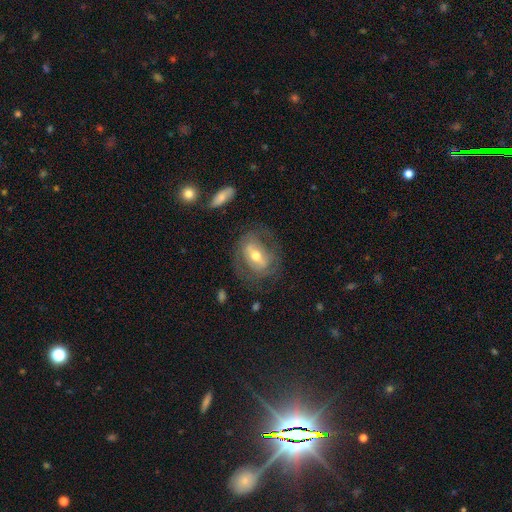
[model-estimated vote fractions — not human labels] featured or disk 64%, smooth 28%, star or artifact 8%. Down the decision tree: edge-on disk — no (91%); bar — strong (36%); spiral arms — yes (55%); bulge size — moderate (66%); merging — none (63%).